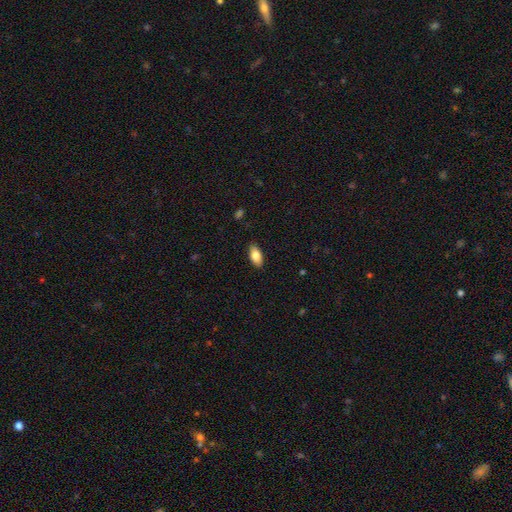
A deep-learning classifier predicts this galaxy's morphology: Smooth or featured?
  - smooth: 81% *
  - featured or disk: 12%
  - star or artifact: 7%
How rounded?
  - in between: 89% *
  - cigar-shaped: 8%
  - round: 3%
Merging?
  - none: 88% *
  - minor disturbance: 9%
  - major disturbance: 2%
  - merger: 1%